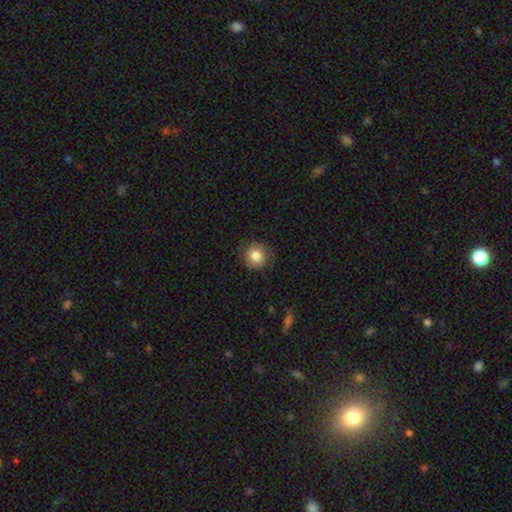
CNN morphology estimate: This appears to be a smooth galaxy with no disk features (82%) that is round (92%). Merging: none (80%).